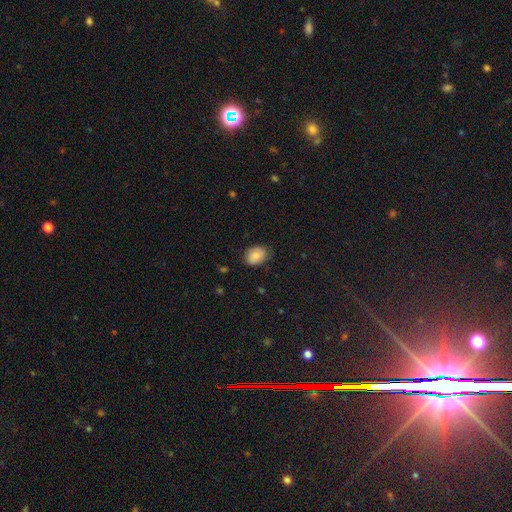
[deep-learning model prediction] Morphology: type=smooth (80%); roundness=in between (70%); merging=none (74%).